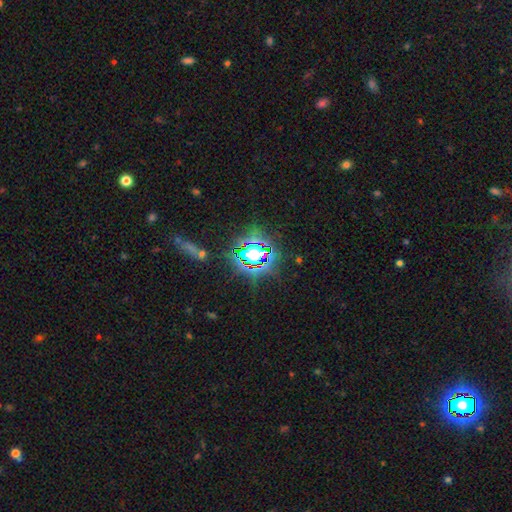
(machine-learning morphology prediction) smooth-or-featured: star or artifact: 80% | smooth: 12% | featured or disk: 8%